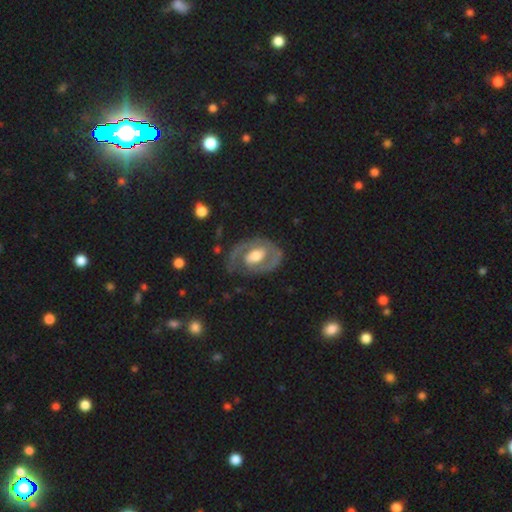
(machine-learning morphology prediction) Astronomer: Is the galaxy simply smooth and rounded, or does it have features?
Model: featured or disk — 80%.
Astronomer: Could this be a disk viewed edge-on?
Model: no — 96%.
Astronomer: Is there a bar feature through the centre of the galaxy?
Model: weak — 42% (runner-up: no, 39%).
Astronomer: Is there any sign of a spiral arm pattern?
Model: yes — 79%.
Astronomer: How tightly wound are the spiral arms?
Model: tight — 44% (runner-up: medium, 42%).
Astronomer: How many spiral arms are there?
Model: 2 — 64%.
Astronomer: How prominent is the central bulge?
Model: moderate — 63%.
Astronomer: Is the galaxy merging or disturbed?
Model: none — 65%.